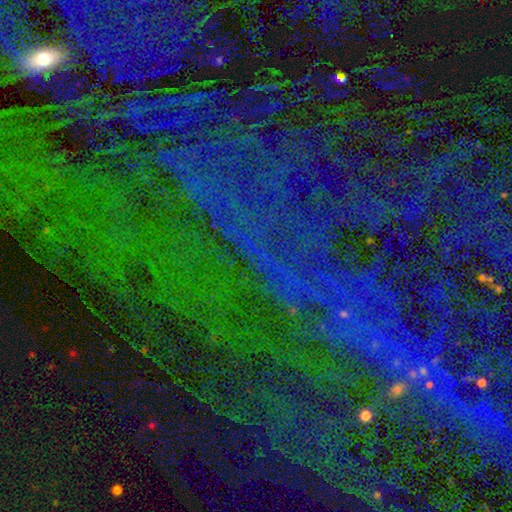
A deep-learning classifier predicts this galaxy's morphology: The model was most divided on "smooth or featured": star or artifact: 83%, featured or disk: 9%, smooth: 9%.